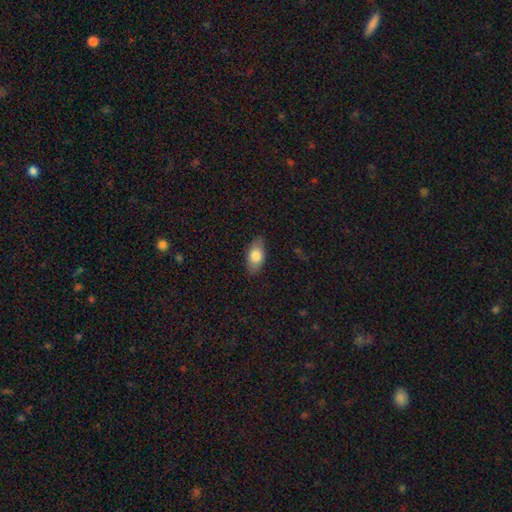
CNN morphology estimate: smooth 77%, featured or disk 16%, star or artifact 6%. Down the decision tree: how rounded — in between (91%); merging — none (83%).